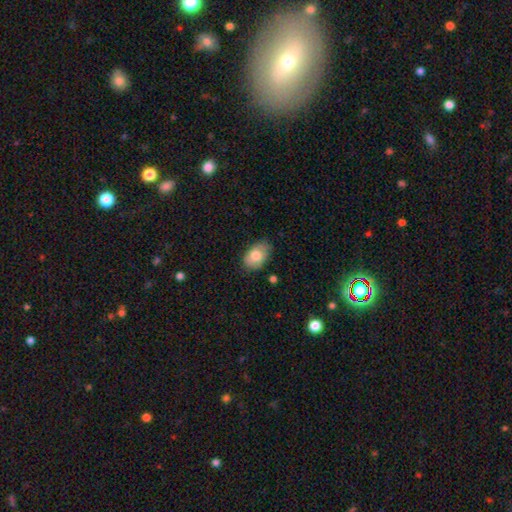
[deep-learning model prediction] smooth-or-featured: smooth: 80% | featured or disk: 13% | star or artifact: 7%
  how-rounded: in between: 90% | round: 9% | cigar-shaped: 1%
  merging: none: 77% | minor disturbance: 18% | major disturbance: 3% | merger: 2%